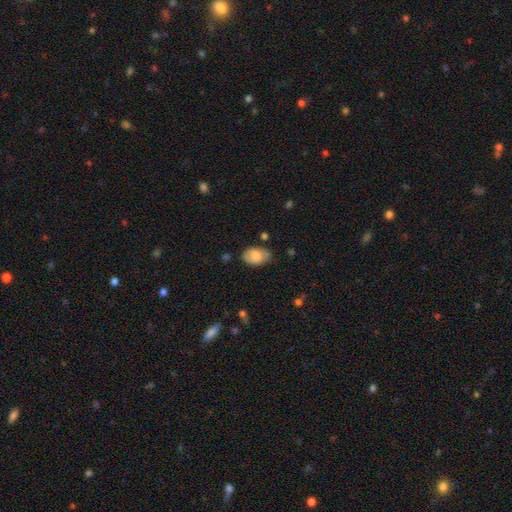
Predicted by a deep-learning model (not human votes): Morphology: type=smooth (71%); roundness=in between (88%); merging=none (69%).